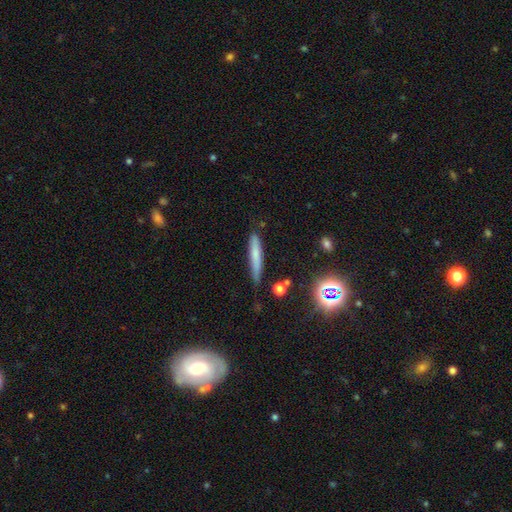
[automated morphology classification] A smooth galaxy with no disk features (68%) that is cigar-shaped (91%). Merging: none (74%).